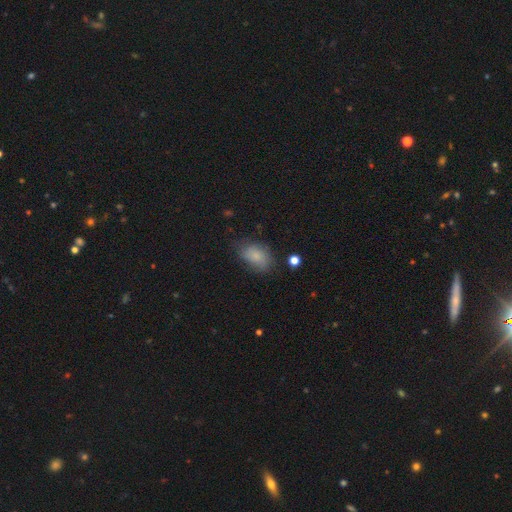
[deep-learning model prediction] Smooth or featured?
  - smooth: 79% *
  - featured or disk: 12%
  - star or artifact: 9%
How rounded?
  - in between: 85% *
  - round: 14%
  - cigar-shaped: 2%
Merging?
  - none: 60% *
  - minor disturbance: 28%
  - major disturbance: 10%
  - merger: 2%